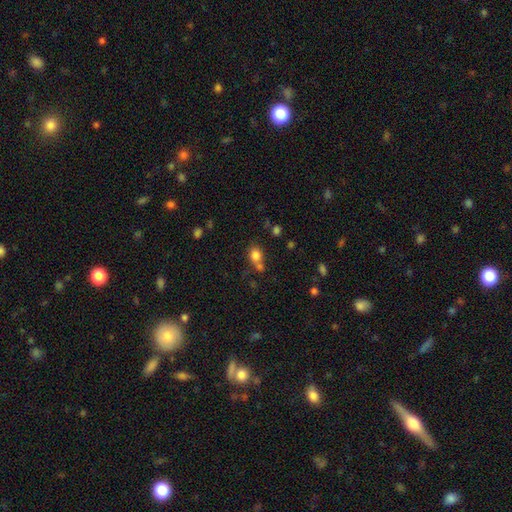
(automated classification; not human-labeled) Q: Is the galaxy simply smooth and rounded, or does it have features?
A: smooth — 81%.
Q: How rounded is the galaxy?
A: round — 58%.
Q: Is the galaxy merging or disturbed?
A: none — 52%.